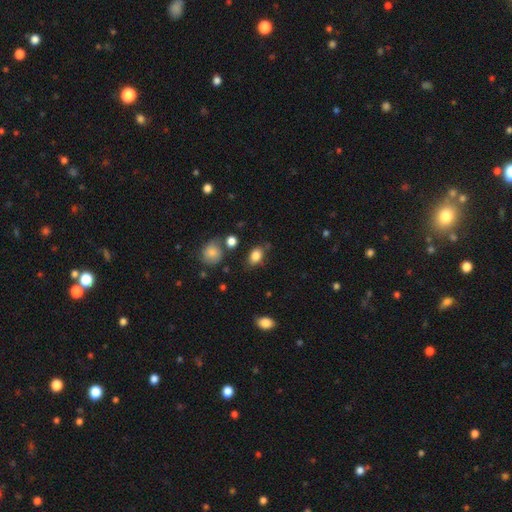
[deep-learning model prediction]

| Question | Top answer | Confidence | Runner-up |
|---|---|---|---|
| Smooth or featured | smooth | 83% | star or artifact (9%) |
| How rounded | in between | 82% | round (16%) |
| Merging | none | 72% | minor disturbance (19%) |